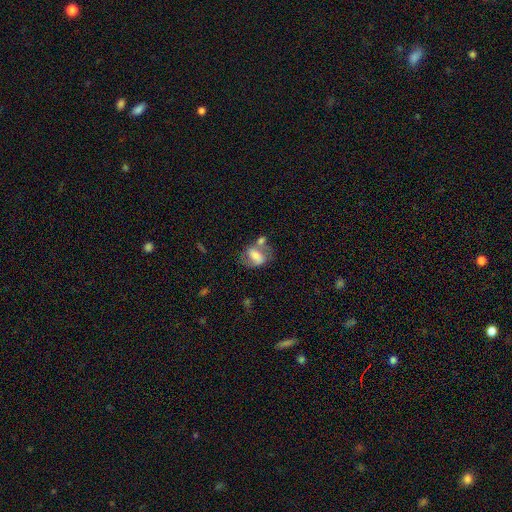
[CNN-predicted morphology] smooth-or-featured: smooth: 51% | featured or disk: 40% | star or artifact: 9%
  how-rounded: in between: 73% | round: 23% | cigar-shaped: 4%
  merging: none: 43% | merger: 27% | minor disturbance: 19% | major disturbance: 12%